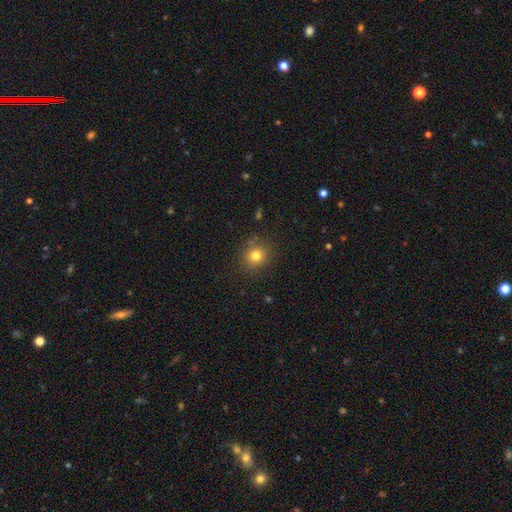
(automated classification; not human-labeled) The model was most divided on "how rounded": round: 82%, in between: 17%, cigar-shaped: 1%. More confident: merging — none (85%); smooth or featured — smooth (80%).